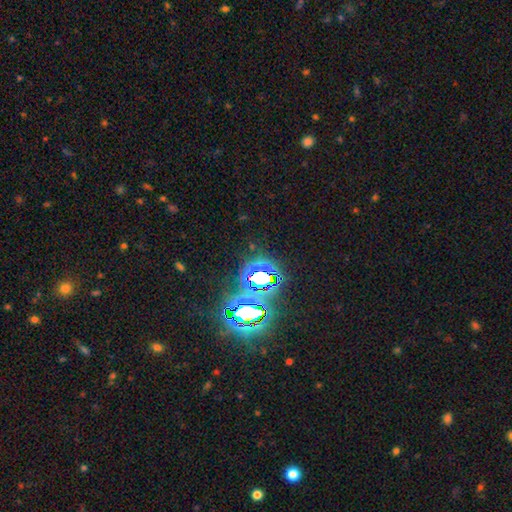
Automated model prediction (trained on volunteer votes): A star or artifact, not a galaxy (77%).